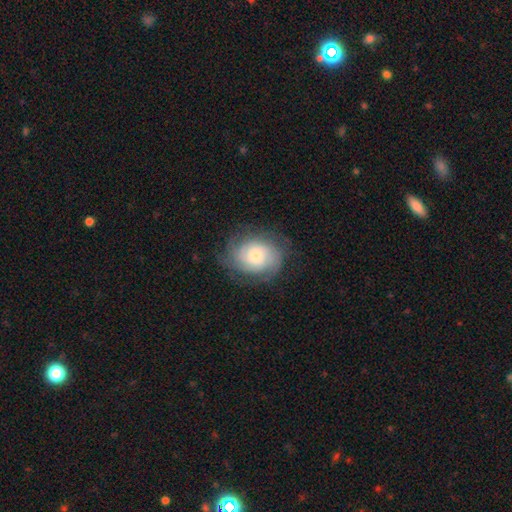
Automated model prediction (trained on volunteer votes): Smooth or featured?
  - featured or disk: 68% *
  - smooth: 25%
  - star or artifact: 7%
Edge-on disk?
  - no: 97% *
  - yes: 3%
Bar?
  - no: 67% *
  - weak: 28%
  - strong: 4%
Spiral arms?
  - yes: 92% *
  - no: 8%
Spiral winding?
  - tight: 64% *
  - medium: 28%
  - loose: 8%
Spiral arm count?
  - can't tell: 41% *
  - 2: 24%
  - 3: 16%
  - 4: 8%
  - 1: 5%
  - more than 4: 5%
Bulge size?
  - moderate: 43% *
  - small: 42%
  - large: 11%
  - none: 3%
  - dominant: 2%
Merging?
  - none: 74% *
  - minor disturbance: 17%
  - major disturbance: 8%
  - merger: 1%